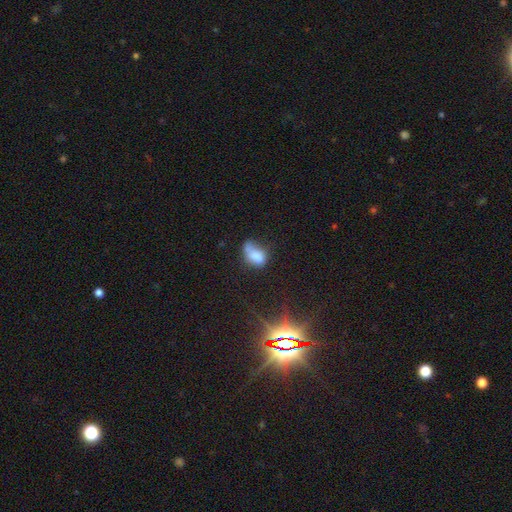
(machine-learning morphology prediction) Overall: smooth (70%). How rounded: in between (80%). Merging: none (29%, tied with minor disturbance).